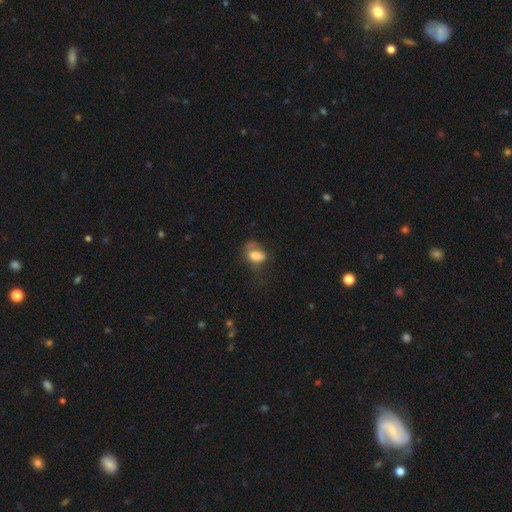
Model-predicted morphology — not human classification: smooth_or_featured: smooth (p=0.74) [alt: featured or disk p=0.16]
how_rounded: in between (p=0.82) [alt: round p=0.15]
merging: none (p=0.37) [alt: major disturbance p=0.30]